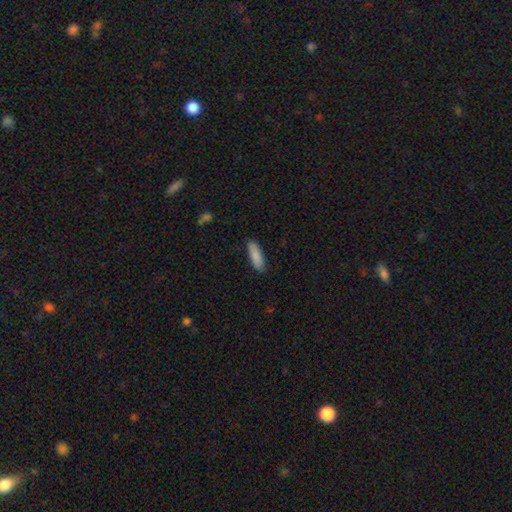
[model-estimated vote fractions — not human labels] A smooth galaxy with no disk features (88%) that is in between round and cigar-shaped (51%). Merging: none (86%).